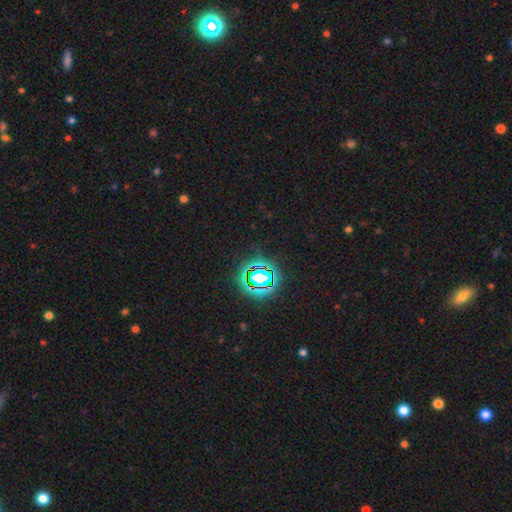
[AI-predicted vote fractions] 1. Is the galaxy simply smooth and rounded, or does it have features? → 79% star or artifact, 13% smooth, 8% featured or disk.